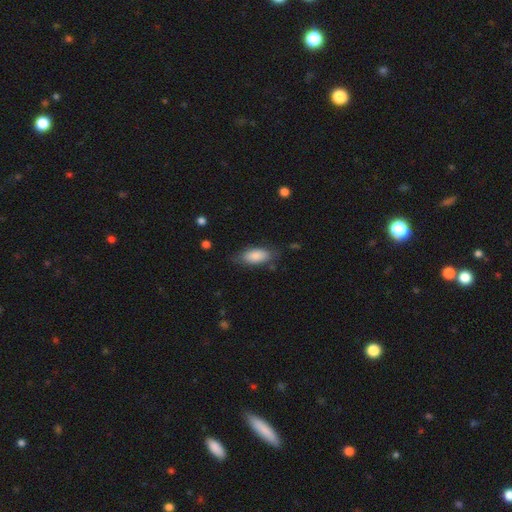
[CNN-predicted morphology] Smooth or featured: smooth — 85% (featured or disk — 8%)
How rounded: in between — 86% (cigar-shaped — 12%)
Merging: none — 74% (minor disturbance — 19%)